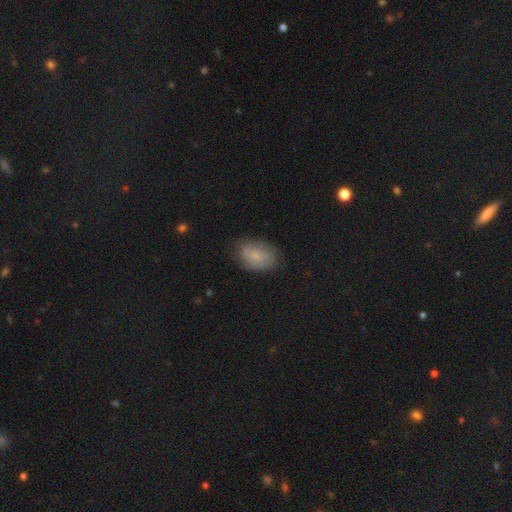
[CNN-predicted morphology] type=smooth (69%); roundness=in between (86%); merging=none (75%).